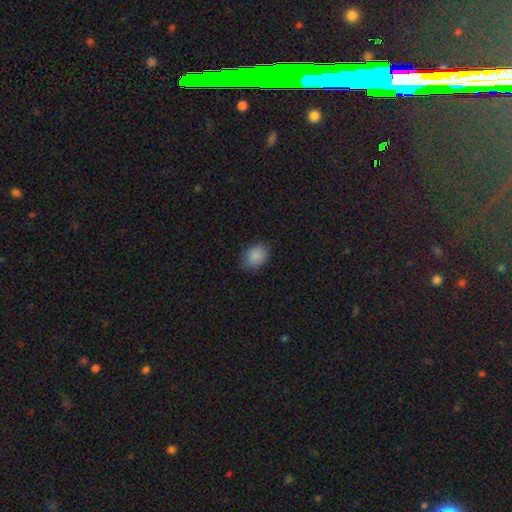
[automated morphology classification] The model was most divided on "how rounded": in between: 70%, round: 29%, cigar-shaped: 1%. More confident: smooth or featured — smooth (88%); merging — none (82%).